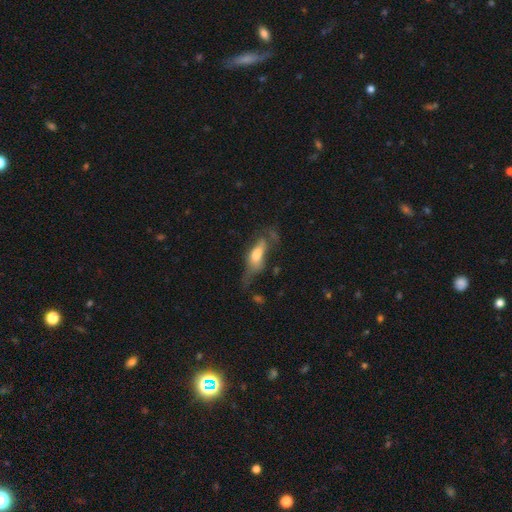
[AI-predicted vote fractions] smooth-or-featured: smooth: 58% | featured or disk: 34% | star or artifact: 8%
  how-rounded: in between: 66% | cigar-shaped: 31% | round: 4%
  merging: major disturbance: 39% | none: 29% | minor disturbance: 27% | merger: 5%